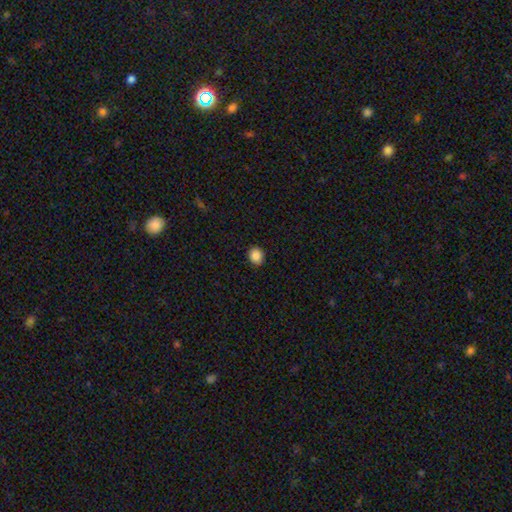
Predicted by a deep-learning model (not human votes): Q: Smooth or featured?
A: smooth (87%); runner-up: star or artifact (9%)
Q: How rounded?
A: round (74%); runner-up: in between (25%)
Q: Merging?
A: none (91%); runner-up: minor disturbance (7%)